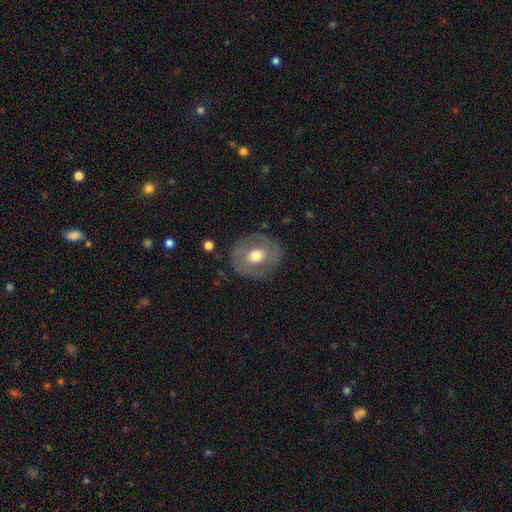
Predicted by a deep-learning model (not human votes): Smooth or featured? Predicted: smooth (p=0.51). How rounded? Predicted: round (p=0.77). Merging? Predicted: none (p=0.81).